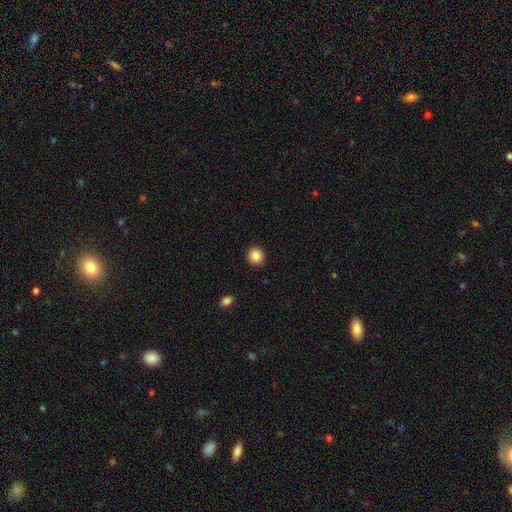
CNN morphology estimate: Overall: smooth (87%). How rounded: round (91%). Merging: none (92%).